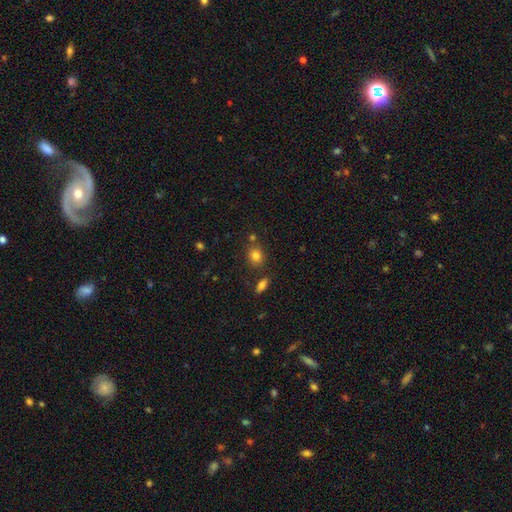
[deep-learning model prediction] Overall: smooth (82%). How rounded: round (62%; in between 36%). Merging: none (74%).